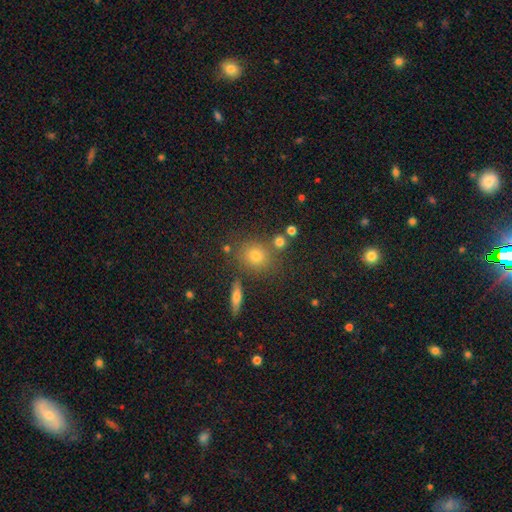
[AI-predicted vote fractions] Smooth or featured? smooth (69%)
How rounded? round (72%)
Merging? none (76%)